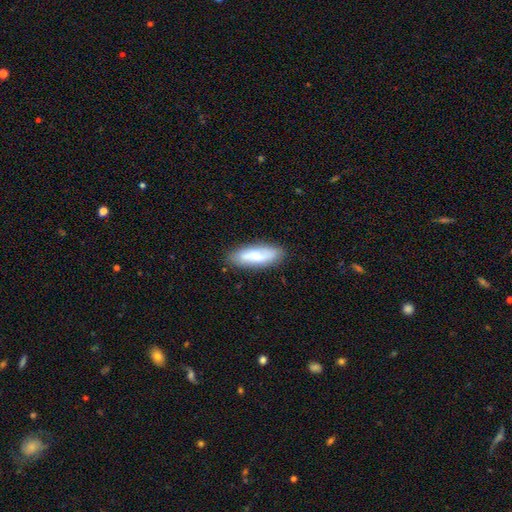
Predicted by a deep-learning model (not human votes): Morphology: type=smooth (74%); roundness=in between (52%); merging=none (81%).